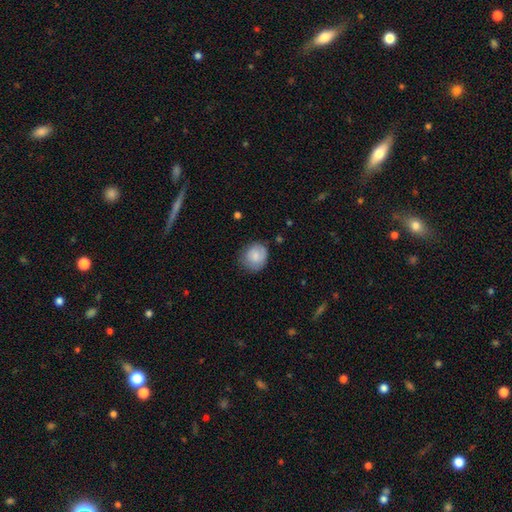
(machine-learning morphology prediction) The model was most divided on "how rounded": round: 71%, in between: 29%, cigar-shaped: 1%. More confident: smooth or featured — smooth (79%); merging — none (72%).